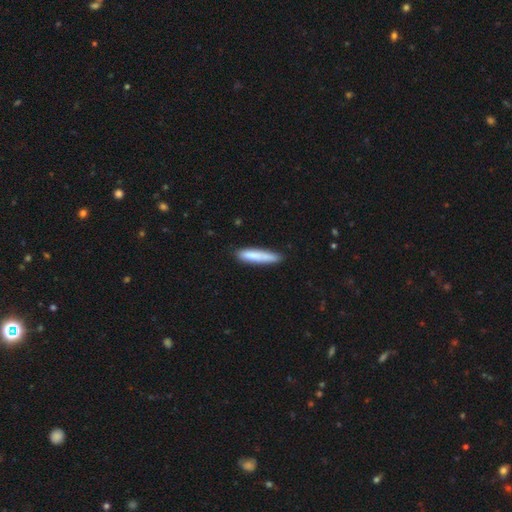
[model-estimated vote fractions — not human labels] Smooth or featured? Predicted: smooth (p=0.81). How rounded? Predicted: cigar-shaped (p=0.87). Merging? Predicted: none (p=0.79).